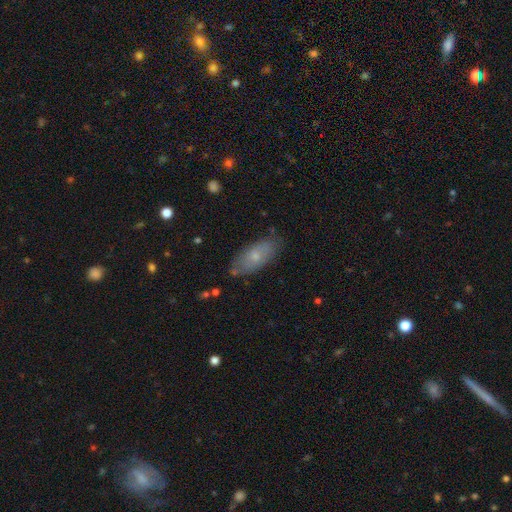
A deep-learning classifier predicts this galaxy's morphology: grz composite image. It shows a smooth galaxy with no disk features (65%) that is in between round and cigar-shaped (84%). Merging: none (78%).